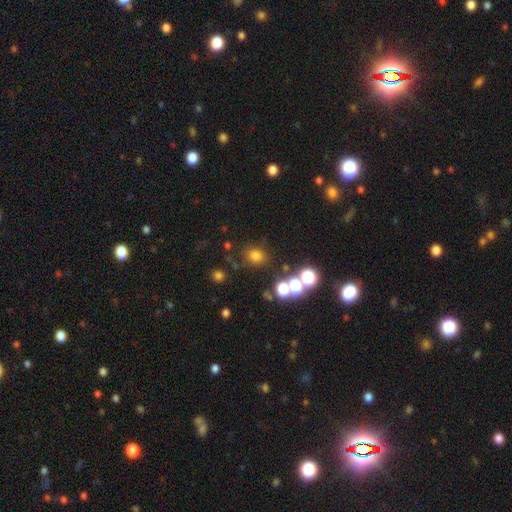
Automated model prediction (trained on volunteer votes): Smooth or featured: smooth — 70% (star or artifact — 23%)
How rounded: round — 68% (in between — 31%)
Merging: none — 77% (minor disturbance — 11%)